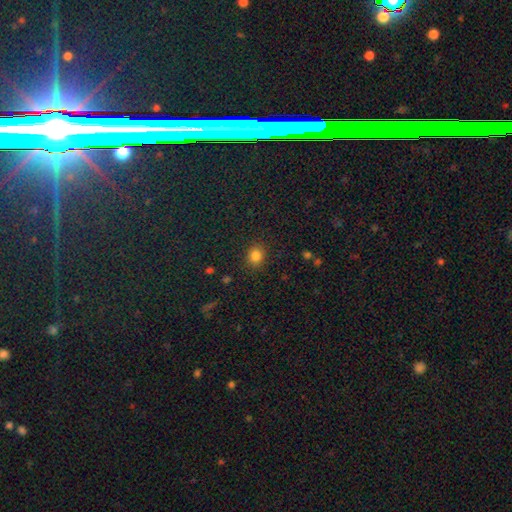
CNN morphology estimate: A smooth galaxy with no disk features (83%) that is round (68%).

Vote fractions:
- Smooth or featured? smooth: 83% / star or artifact: 12% / featured or disk: 5%
- How rounded? round: 68% / in between: 31% / cigar-shaped: 1%
- Merging? none: 87% / minor disturbance: 9% / major disturbance: 3% / merger: 1%